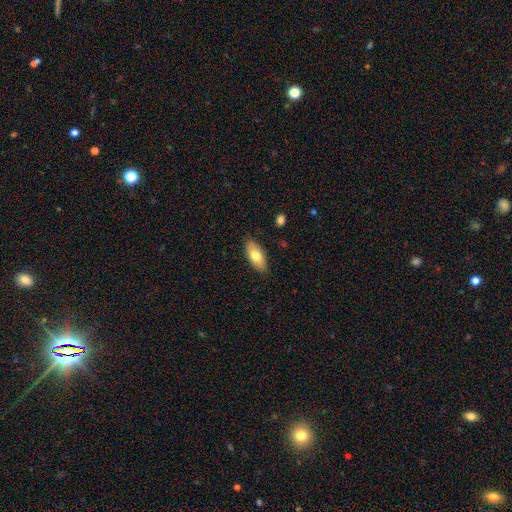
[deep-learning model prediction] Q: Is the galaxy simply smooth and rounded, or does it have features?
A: smooth — 75%.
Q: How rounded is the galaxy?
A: in between — 86%.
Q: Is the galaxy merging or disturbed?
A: none — 86%.